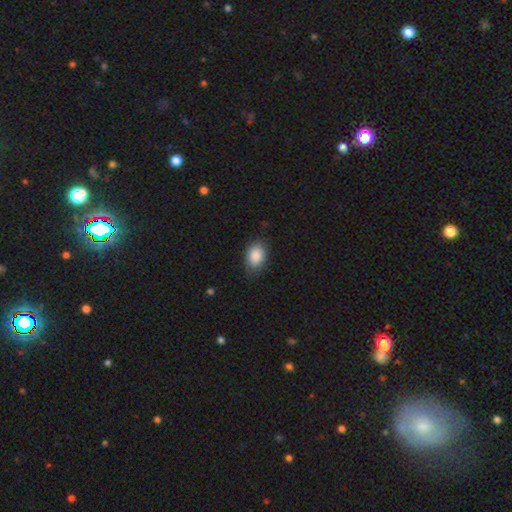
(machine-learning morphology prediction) This is clearly a smooth galaxy (88%). How rounded: clearly in between (85%). Merging: likely none (79%).